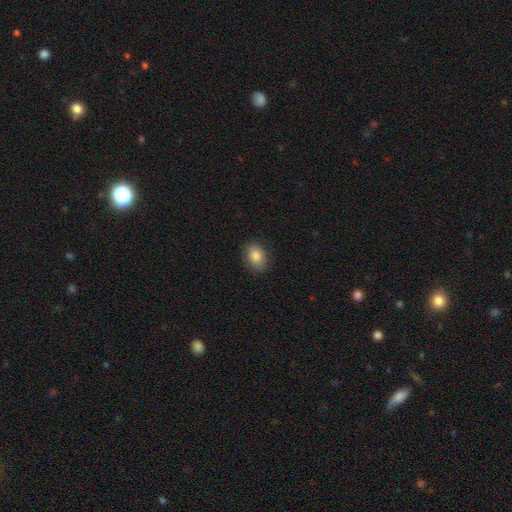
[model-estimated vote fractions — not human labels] smooth_or_featured: smooth (p=0.83) [alt: featured or disk p=0.08]
how_rounded: in between (p=0.72) [alt: round p=0.27]
merging: none (p=0.86) [alt: minor disturbance p=0.11]